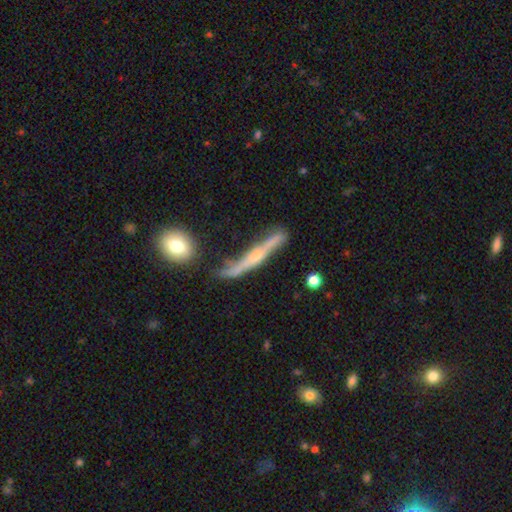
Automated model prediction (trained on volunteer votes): Smooth or featured?
  - featured or disk: 72% *
  - smooth: 21%
  - star or artifact: 7%
Edge-on disk?
  - yes: 88% *
  - no: 12%
Edge-on bulge?
  - rounded: 68% *
  - none: 23%
  - boxy: 9%
Merging?
  - none: 64% *
  - minor disturbance: 23%
  - major disturbance: 8%
  - merger: 6%